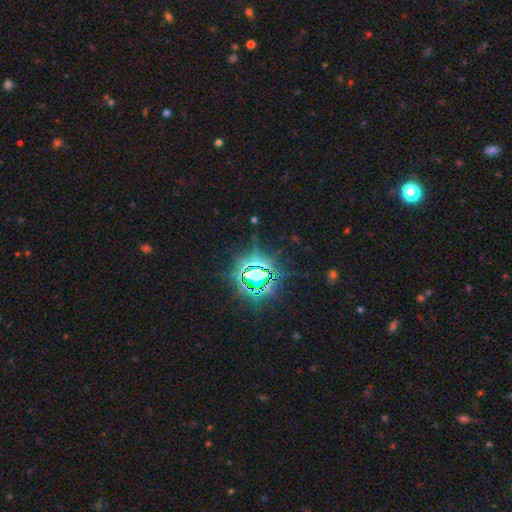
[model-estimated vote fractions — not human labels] Morphology: type=star or artifact (83%).